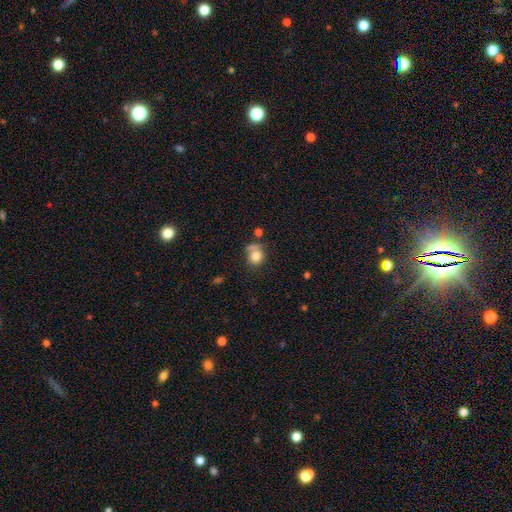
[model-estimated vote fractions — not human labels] Overall: smooth (79%). How rounded: round (78%). Merging: none (53%; merger 19%).